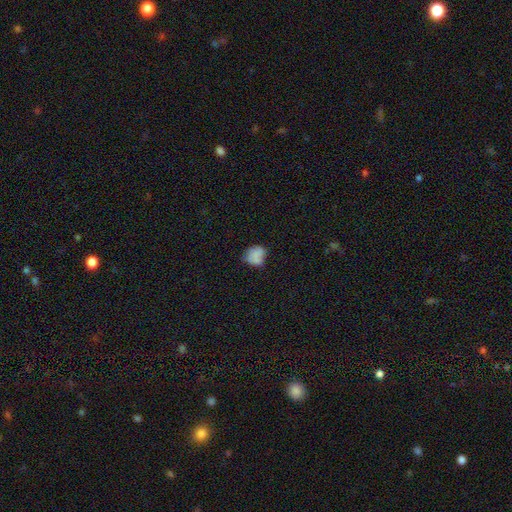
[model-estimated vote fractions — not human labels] Smooth or featured? smooth (74%)
How rounded? round (63%)
Merging? none (52%)